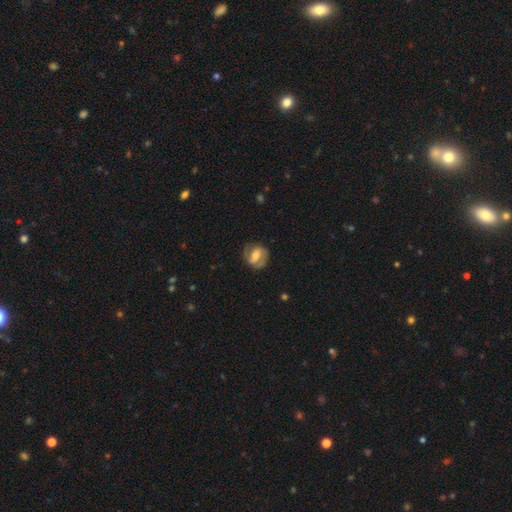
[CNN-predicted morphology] Q: Smooth or featured?
A: featured or disk (70%); runner-up: smooth (24%)
Q: Edge-on disk?
A: no (97%); runner-up: yes (3%)
Q: Bar?
A: weak (43%); runner-up: strong (36%)
Q: Spiral arms?
A: yes (87%); runner-up: no (13%)
Q: Spiral winding?
A: medium (46%); runner-up: tight (35%)
Q: Spiral arm count?
A: 2 (81%); runner-up: can't tell (9%)
Q: Bulge size?
A: moderate (57%); runner-up: small (31%)
Q: Merging?
A: none (73%); runner-up: minor disturbance (17%)